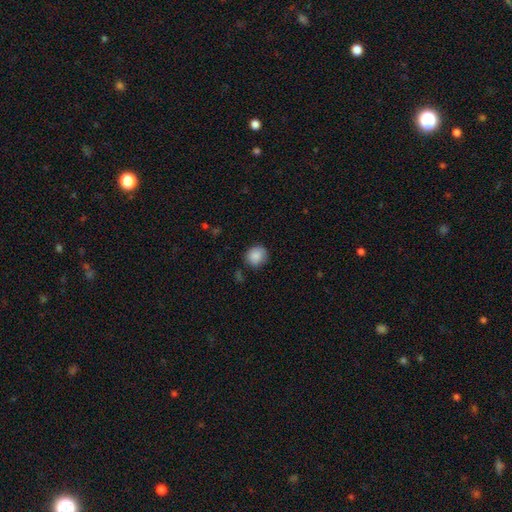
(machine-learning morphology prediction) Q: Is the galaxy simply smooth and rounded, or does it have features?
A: smooth — 88%.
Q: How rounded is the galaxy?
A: round — 80%.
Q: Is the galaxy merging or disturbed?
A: none — 79%.